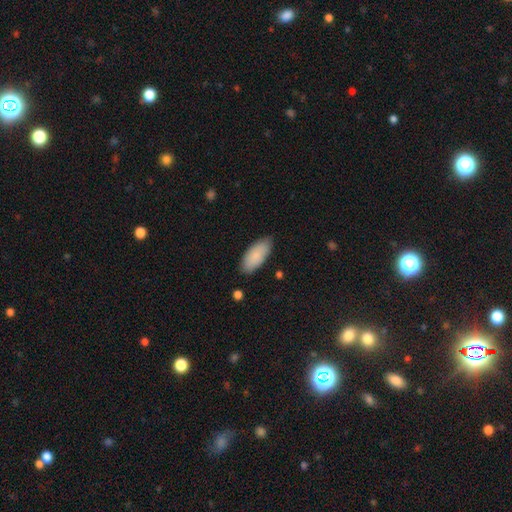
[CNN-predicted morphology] Smooth or featured?
  - smooth: 85% *
  - featured or disk: 9%
  - star or artifact: 6%
How rounded?
  - in between: 90% *
  - cigar-shaped: 9%
  - round: 2%
Merging?
  - none: 81% *
  - minor disturbance: 15%
  - major disturbance: 3%
  - merger: 1%